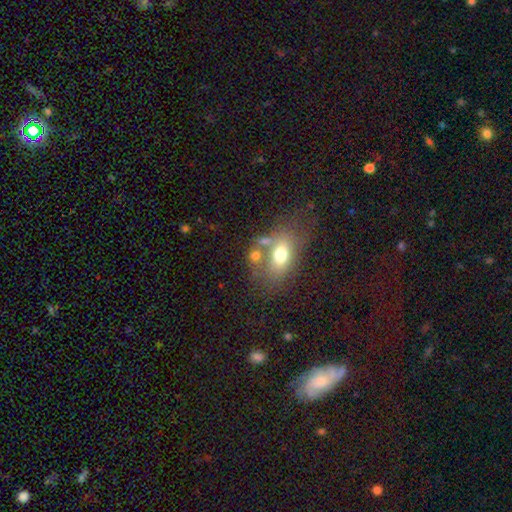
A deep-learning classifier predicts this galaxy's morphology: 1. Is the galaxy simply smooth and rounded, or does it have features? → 66% smooth, 21% featured or disk, 13% star or artifact.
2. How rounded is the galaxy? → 72% in between, 25% round, 4% cigar-shaped.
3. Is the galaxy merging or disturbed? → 48% none, 25% merger, 15% minor disturbance, 11% major disturbance.